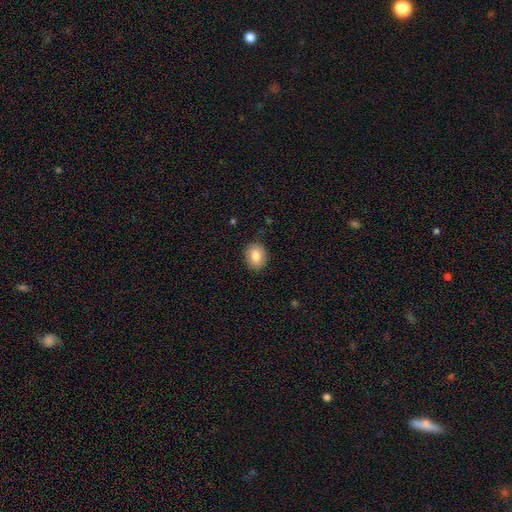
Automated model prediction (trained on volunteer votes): This is clearly a smooth galaxy (83%). How rounded: likely round (60%). Merging: clearly none (86%).